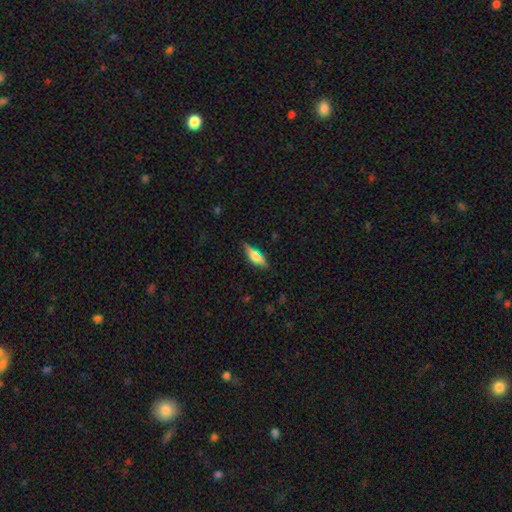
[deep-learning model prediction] smooth 56%, featured or disk 35%, star or artifact 10%. Down the decision tree: how rounded — in between (55%); merging — none (79%).